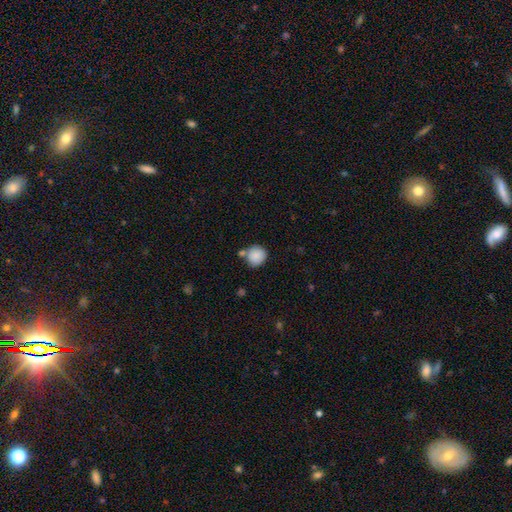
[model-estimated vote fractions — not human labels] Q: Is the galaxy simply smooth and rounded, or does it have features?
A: smooth — 87%.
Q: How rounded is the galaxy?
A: round — 87%.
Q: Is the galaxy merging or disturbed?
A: none — 65%.